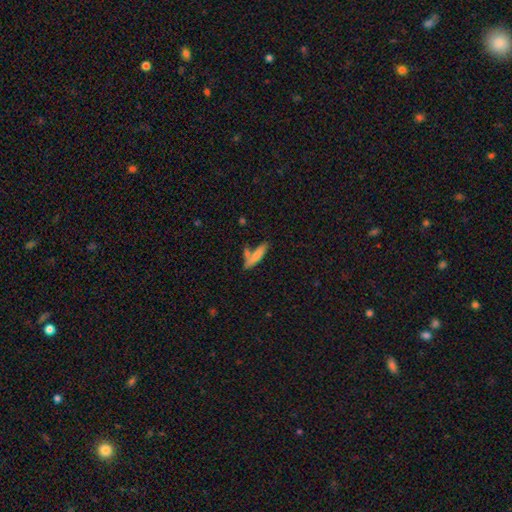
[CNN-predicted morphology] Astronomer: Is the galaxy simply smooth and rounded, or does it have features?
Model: smooth — 76%.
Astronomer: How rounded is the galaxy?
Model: cigar-shaped — 71%.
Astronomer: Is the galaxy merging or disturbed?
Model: none — 56%.